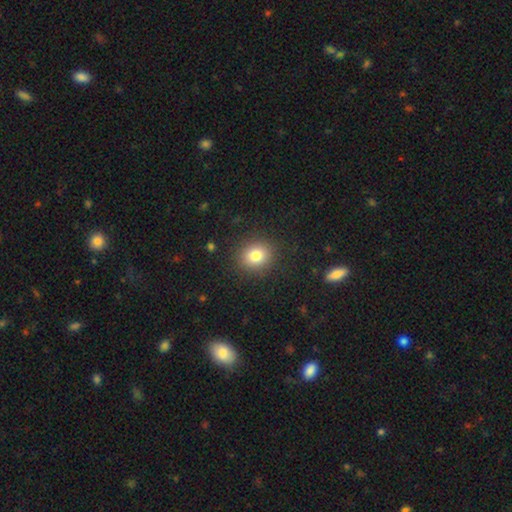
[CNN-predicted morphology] Overall: smooth (81%). How rounded: round (77%). Merging: none (89%).